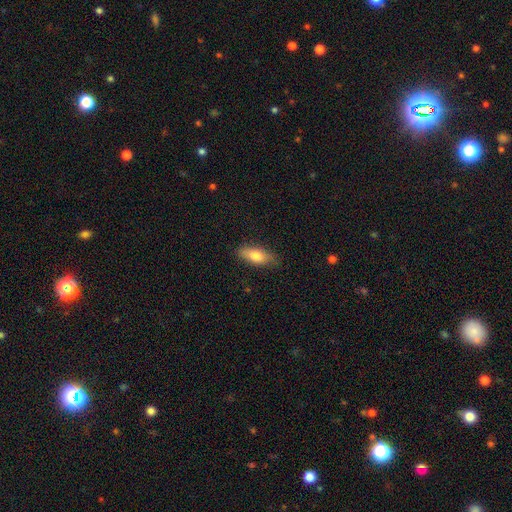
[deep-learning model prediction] This appears to be a smooth galaxy with no disk features (77%) that is in between round and cigar-shaped (74%). Merging: none (82%).